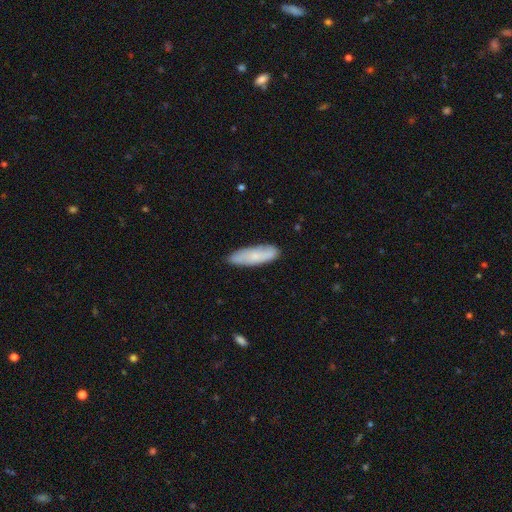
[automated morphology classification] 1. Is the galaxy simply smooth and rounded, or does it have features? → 63% smooth, 30% featured or disk, 7% star or artifact.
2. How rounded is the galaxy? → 51% cigar-shaped, 47% in between, 2% round.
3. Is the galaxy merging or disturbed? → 82% none, 15% minor disturbance, 2% major disturbance, 1% merger.